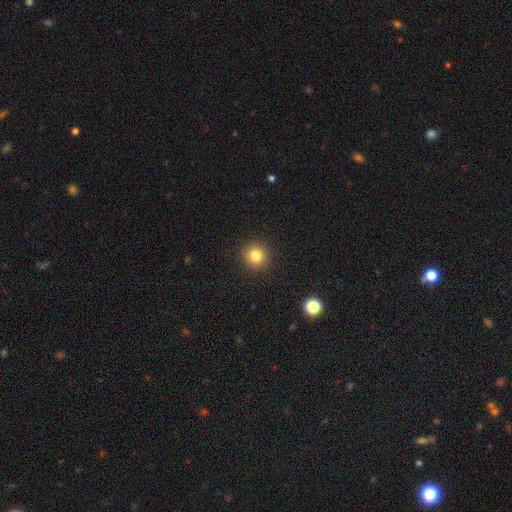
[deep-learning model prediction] smooth-or-featured: smooth: 82% | star or artifact: 12% | featured or disk: 6%
  how-rounded: round: 95% | in between: 5% | cigar-shaped: 1%
  merging: none: 92% | minor disturbance: 5% | major disturbance: 2% | merger: 1%